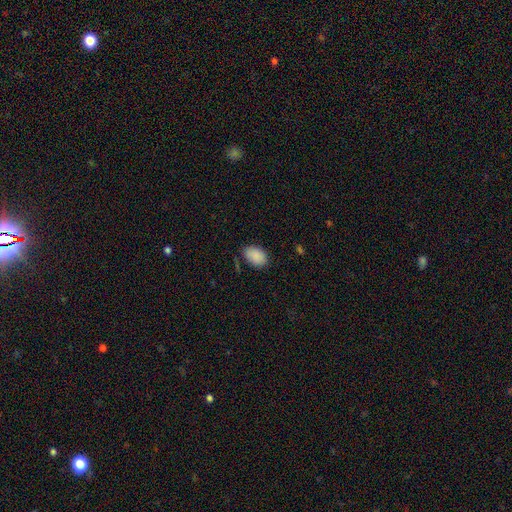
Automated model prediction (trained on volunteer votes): smooth-or-featured: smooth: 89% | star or artifact: 7% | featured or disk: 4%
  how-rounded: in between: 86% | round: 13% | cigar-shaped: 1%
  merging: none: 75% | minor disturbance: 19% | major disturbance: 4% | merger: 2%